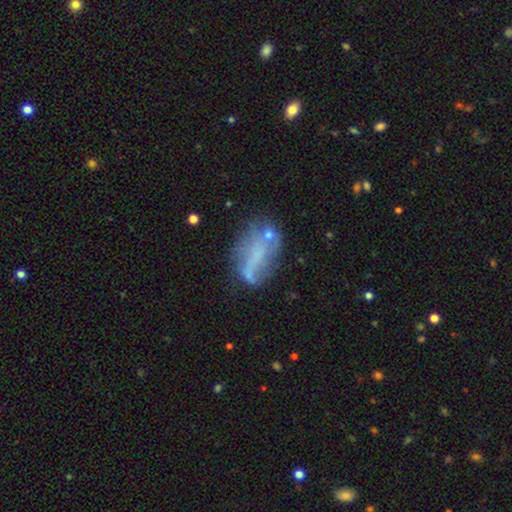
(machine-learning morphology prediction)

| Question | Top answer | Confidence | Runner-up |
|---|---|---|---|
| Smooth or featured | featured or disk | 49% | smooth (38%) |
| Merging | none | 43% | minor disturbance (24%) |